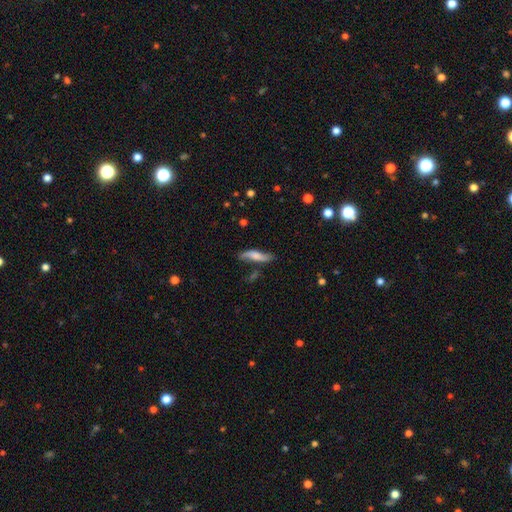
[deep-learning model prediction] A smooth galaxy with no disk features (51%) that is cigar-shaped (69%). Merging: none (65%).